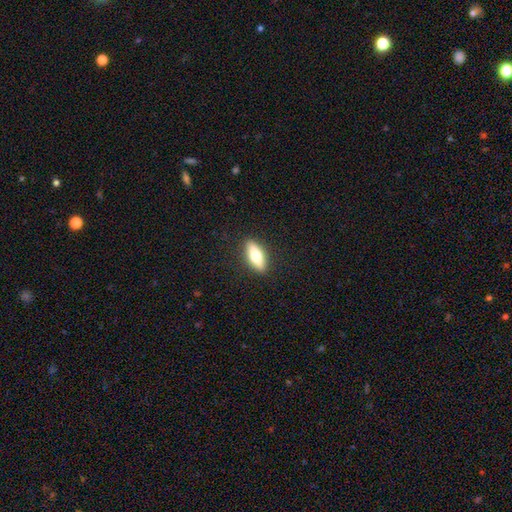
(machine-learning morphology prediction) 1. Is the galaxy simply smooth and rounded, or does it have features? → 64% smooth, 30% featured or disk, 6% star or artifact.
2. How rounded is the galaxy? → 63% in between, 34% cigar-shaped, 3% round.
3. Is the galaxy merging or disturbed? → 89% none, 8% minor disturbance, 2% major disturbance, 1% merger.